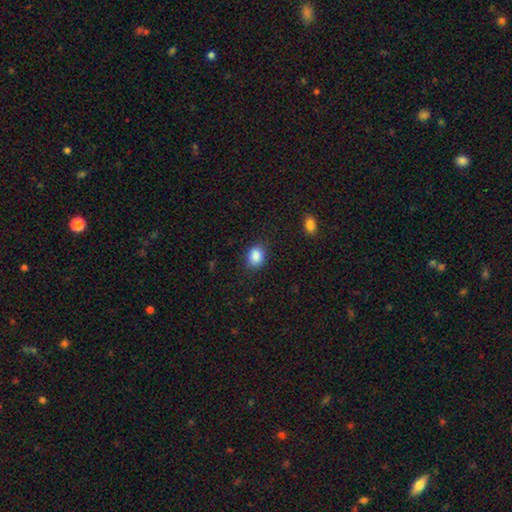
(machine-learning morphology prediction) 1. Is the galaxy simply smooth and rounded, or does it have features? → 88% smooth, 9% star or artifact, 4% featured or disk.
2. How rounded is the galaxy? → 54% in between, 45% round, 1% cigar-shaped.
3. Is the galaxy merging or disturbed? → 83% none, 12% minor disturbance, 3% major disturbance, 1% merger.